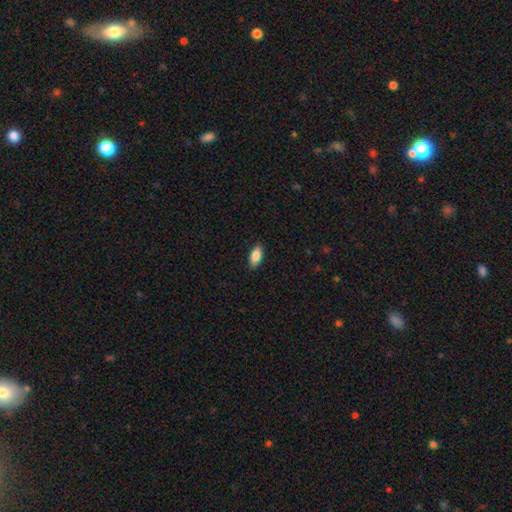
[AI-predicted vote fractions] This appears to be a smooth galaxy with no disk features (86%) that is in between round and cigar-shaped (89%). Merging: none (89%).